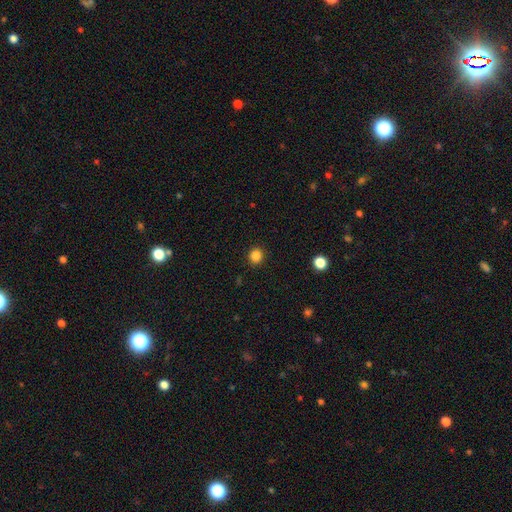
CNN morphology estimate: Smooth or featured? smooth (86%)
How rounded? round (88%)
Merging? none (91%)